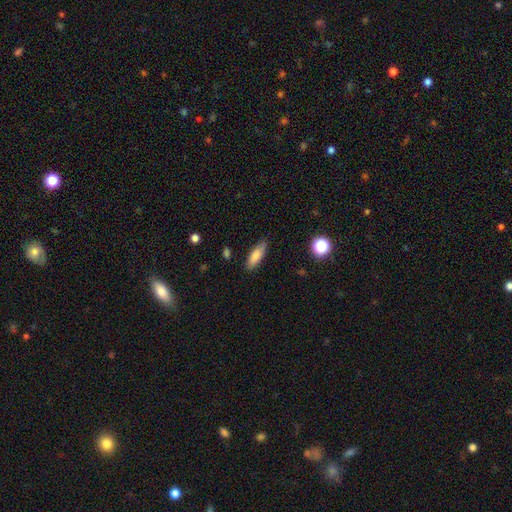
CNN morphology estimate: smooth_or_featured: smooth (p=0.79) [alt: featured or disk p=0.13]
how_rounded: in between (p=0.53) [alt: cigar-shaped p=0.45]
merging: none (p=0.84) [alt: minor disturbance p=0.12]